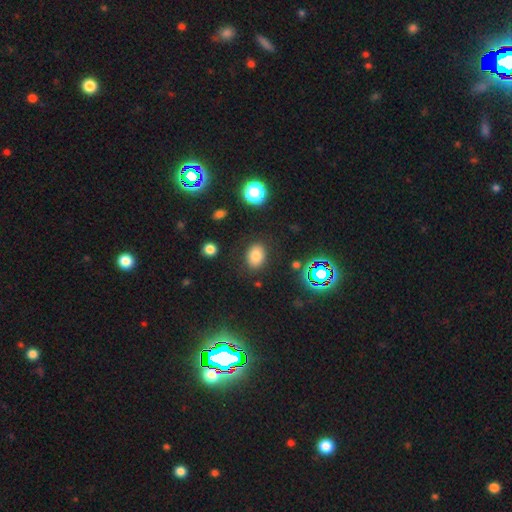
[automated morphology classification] Q: Smooth or featured?
A: smooth (76%); runner-up: star or artifact (15%)
Q: How rounded?
A: in between (68%); runner-up: round (31%)
Q: Merging?
A: none (84%); runner-up: minor disturbance (11%)